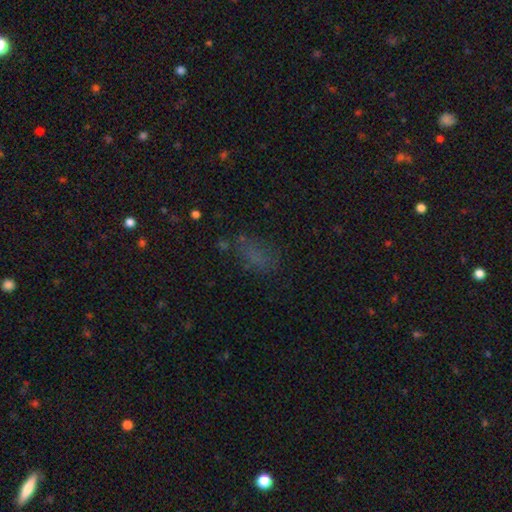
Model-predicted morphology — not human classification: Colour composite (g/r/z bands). It shows a smooth galaxy with no disk features (58%) that is in between round and cigar-shaped (82%). Merging: none (59%).